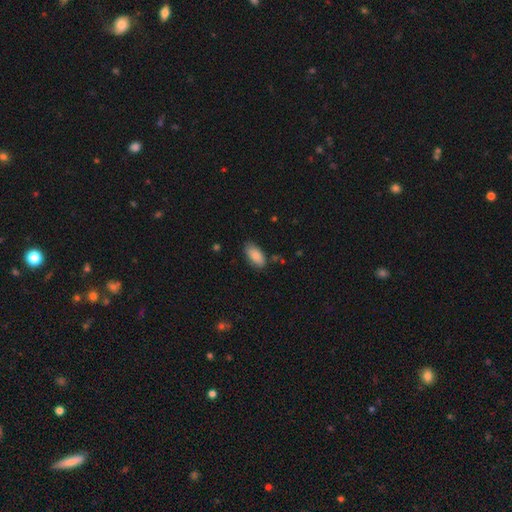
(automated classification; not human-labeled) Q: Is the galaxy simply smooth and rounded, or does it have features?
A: smooth — 87%.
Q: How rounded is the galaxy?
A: in between — 92%.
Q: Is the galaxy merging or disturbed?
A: none — 79%.